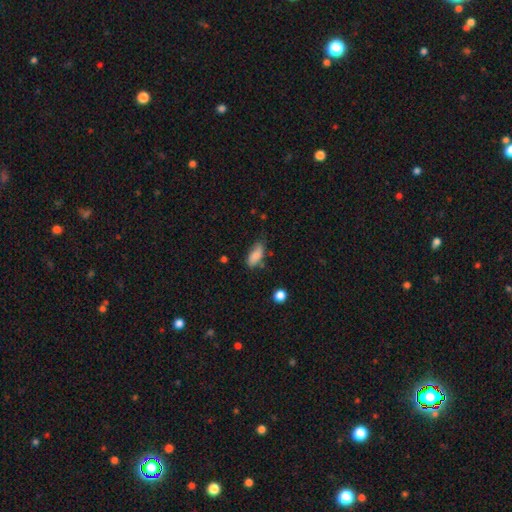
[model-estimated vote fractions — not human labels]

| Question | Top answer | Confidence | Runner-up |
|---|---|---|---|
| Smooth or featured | smooth | 81% | featured or disk (11%) |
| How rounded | in between | 87% | cigar-shaped (10%) |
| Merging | none | 59% | minor disturbance (30%) |